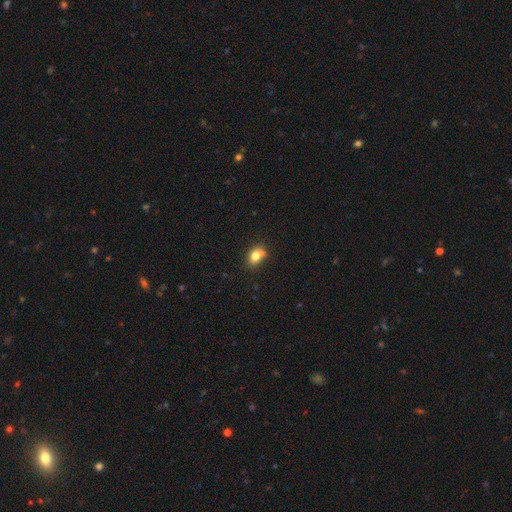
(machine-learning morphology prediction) smooth_or_featured: smooth (p=0.78) [alt: featured or disk p=0.12]
how_rounded: in between (p=0.69) [alt: round p=0.30]
merging: none (p=0.58) [alt: minor disturbance p=0.21]